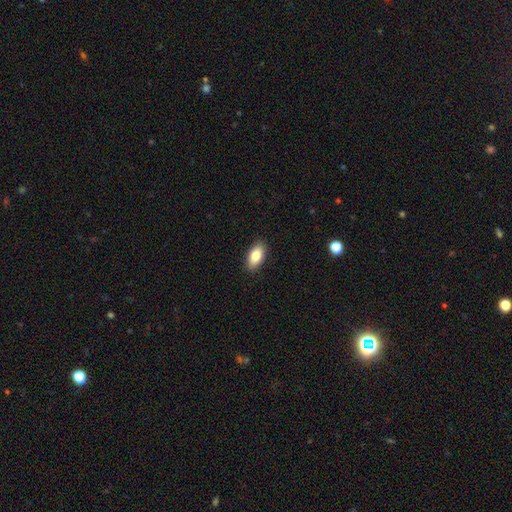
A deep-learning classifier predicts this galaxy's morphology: Q: Smooth or featured?
A: smooth (82%); runner-up: featured or disk (11%)
Q: How rounded?
A: in between (91%); runner-up: cigar-shaped (5%)
Q: Merging?
A: none (89%); runner-up: minor disturbance (8%)